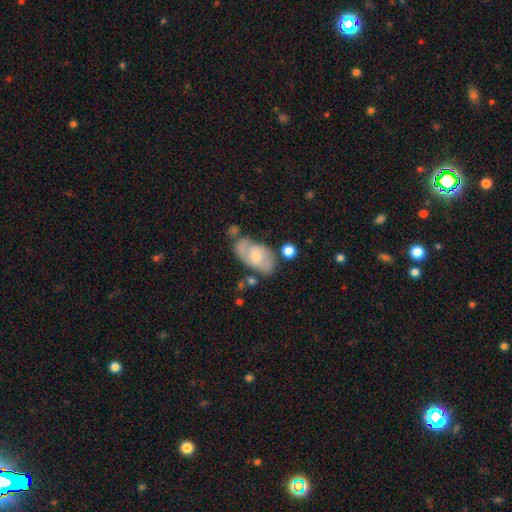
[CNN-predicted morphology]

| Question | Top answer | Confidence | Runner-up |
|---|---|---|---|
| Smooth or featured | featured or disk | 50% | smooth (43%) |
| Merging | none | 56% | minor disturbance (24%) |